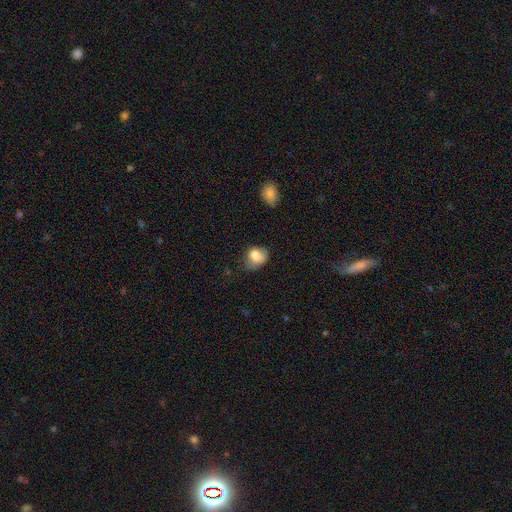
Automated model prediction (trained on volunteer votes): A smooth galaxy with no disk features (79%) that is in between round and cigar-shaped (57%).

Vote fractions:
- Smooth or featured? smooth: 79% / featured or disk: 12% / star or artifact: 9%
- How rounded? in between: 57% / round: 42% / cigar-shaped: 1%
- Merging? none: 40% / minor disturbance: 39% / major disturbance: 17% / merger: 4%